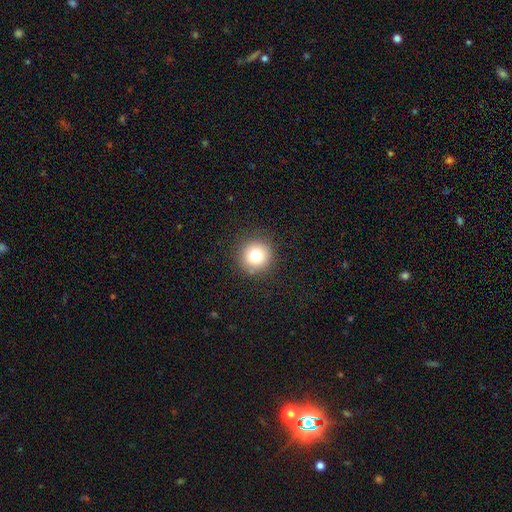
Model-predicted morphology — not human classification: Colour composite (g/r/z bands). It shows a smooth galaxy with no disk features (78%) that is round (94%). Merging: none (89%).